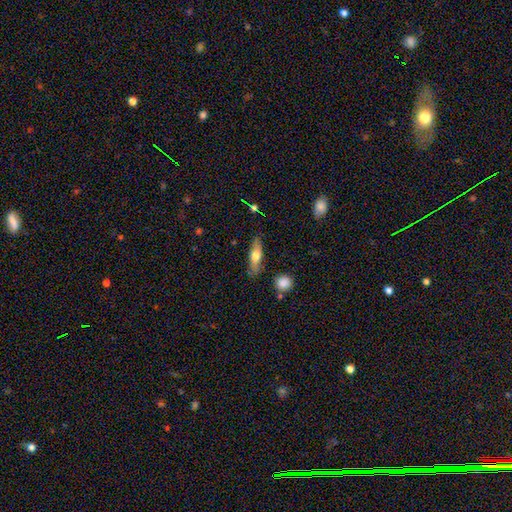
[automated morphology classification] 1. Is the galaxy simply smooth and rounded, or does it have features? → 60% smooth, 33% featured or disk, 7% star or artifact.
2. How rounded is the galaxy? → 52% cigar-shaped, 45% in between, 3% round.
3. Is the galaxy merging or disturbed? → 81% none, 14% minor disturbance, 3% major disturbance, 3% merger.